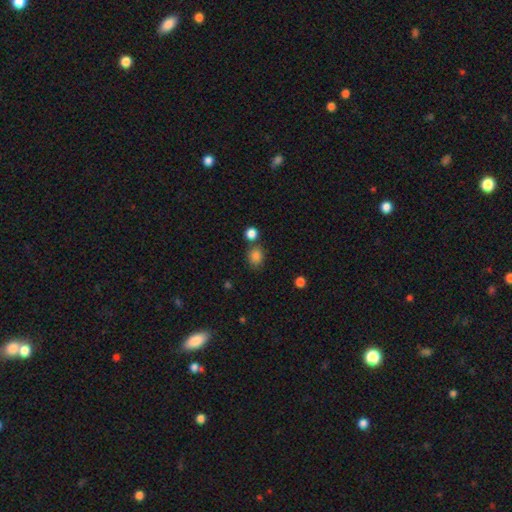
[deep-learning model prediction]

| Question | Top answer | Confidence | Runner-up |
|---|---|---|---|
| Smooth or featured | smooth | 84% | star or artifact (12%) |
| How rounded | round | 64% | in between (35%) |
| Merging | none | 70% | merger (14%) |